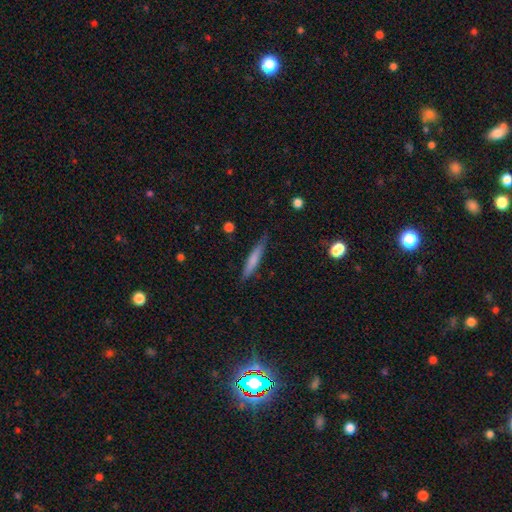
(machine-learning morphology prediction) Smooth or featured? Predicted: smooth (p=0.59). How rounded? Predicted: cigar-shaped (p=0.93). Merging? Predicted: none (p=0.85).